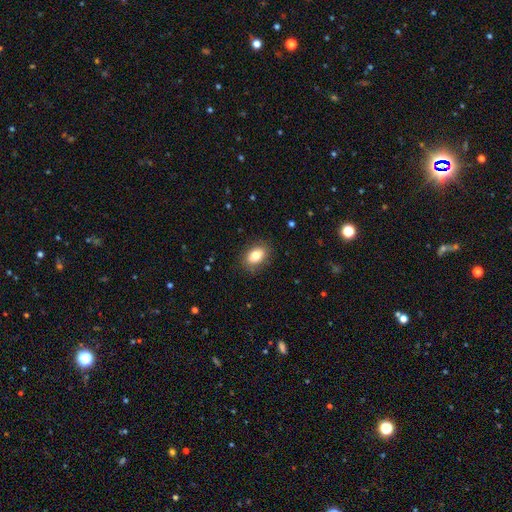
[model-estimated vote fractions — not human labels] Smooth or featured: smooth — 81% (featured or disk — 11%)
How rounded: in between — 84% (round — 15%)
Merging: none — 85% (minor disturbance — 11%)